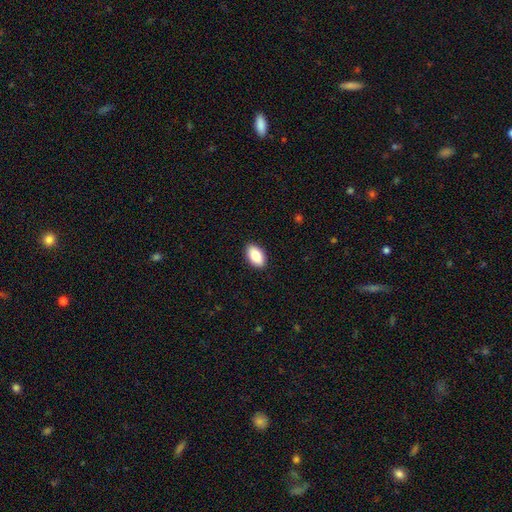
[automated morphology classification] Smooth or featured? Predicted: smooth (p=0.84). How rounded? Predicted: in between (p=0.94). Merging? Predicted: none (p=0.90).